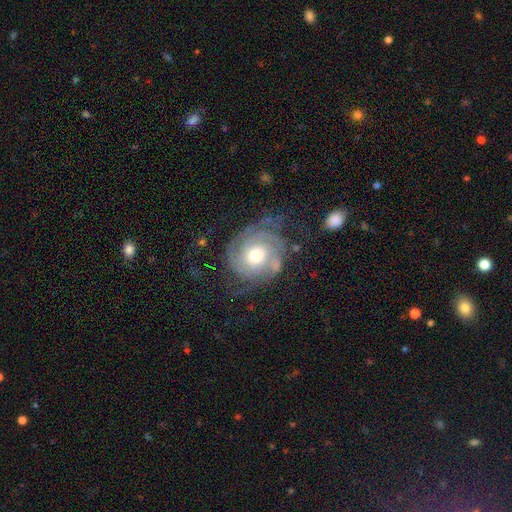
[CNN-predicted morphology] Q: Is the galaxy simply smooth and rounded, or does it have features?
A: featured or disk — 85%.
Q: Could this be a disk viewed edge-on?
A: no — 98%.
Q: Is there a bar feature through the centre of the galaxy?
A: no — 75%.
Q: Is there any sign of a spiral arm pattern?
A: yes — 96%.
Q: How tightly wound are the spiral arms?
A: tight — 66%.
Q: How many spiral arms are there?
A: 2 — 37%.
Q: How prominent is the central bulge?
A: moderate — 67%.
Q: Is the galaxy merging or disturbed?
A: none — 67%.